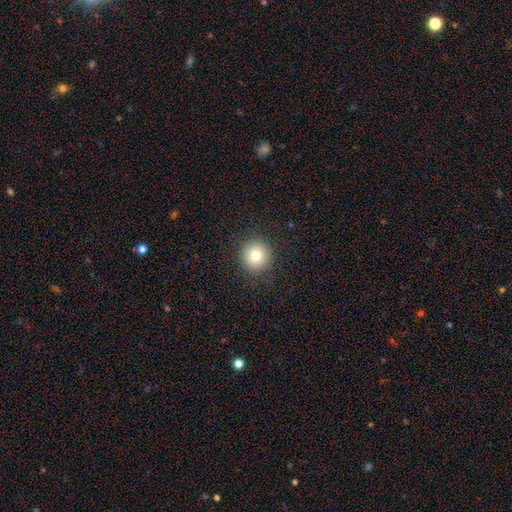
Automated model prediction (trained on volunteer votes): Smooth or featured? Predicted: smooth (p=0.77). How rounded? Predicted: round (p=0.95). Merging? Predicted: none (p=0.90).